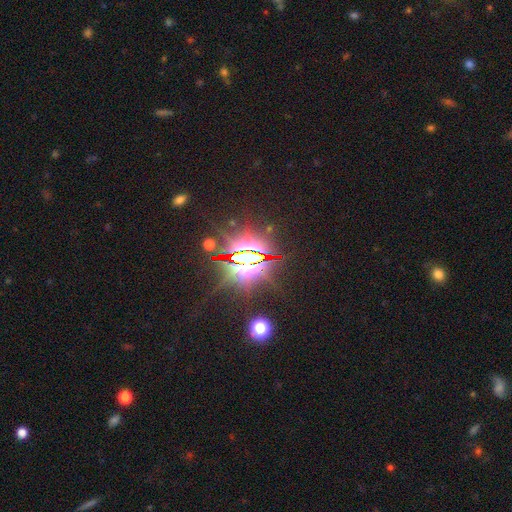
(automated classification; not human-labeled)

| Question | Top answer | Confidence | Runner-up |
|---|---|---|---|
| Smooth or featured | star or artifact | 83% | featured or disk (10%) |